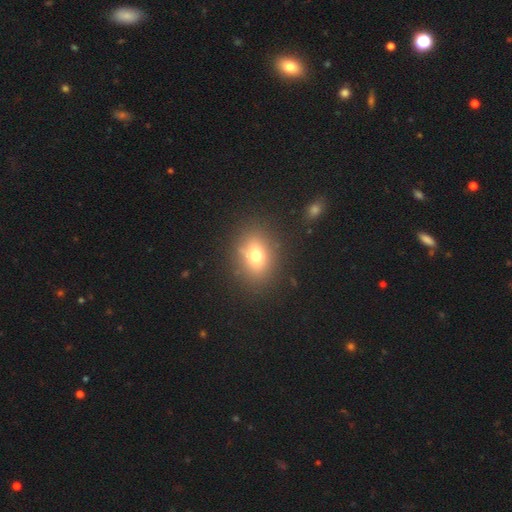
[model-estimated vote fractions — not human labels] smooth-or-featured: smooth: 72% | star or artifact: 15% | featured or disk: 13%
  how-rounded: in between: 54% | round: 44% | cigar-shaped: 2%
  merging: none: 83% | minor disturbance: 10% | major disturbance: 4% | merger: 2%